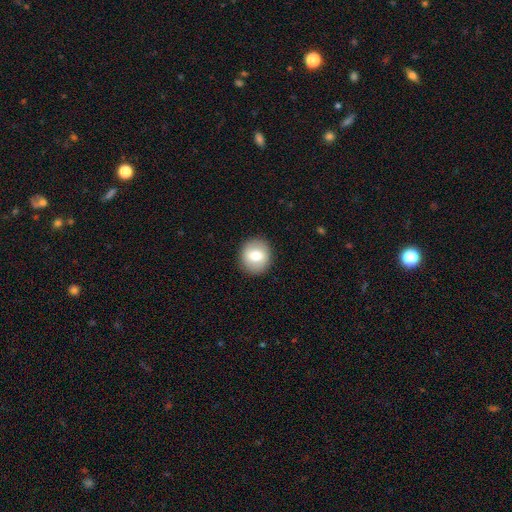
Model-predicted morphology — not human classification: This appears to be a smooth galaxy with no disk features (71%) that is round (85%). Merging: none (90%).